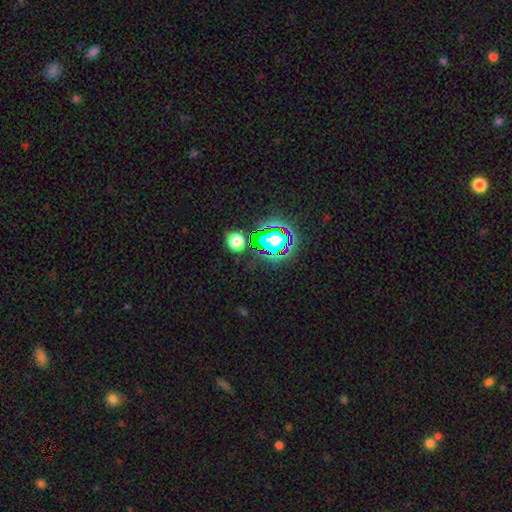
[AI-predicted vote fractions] Smooth or featured? star or artifact (73%)